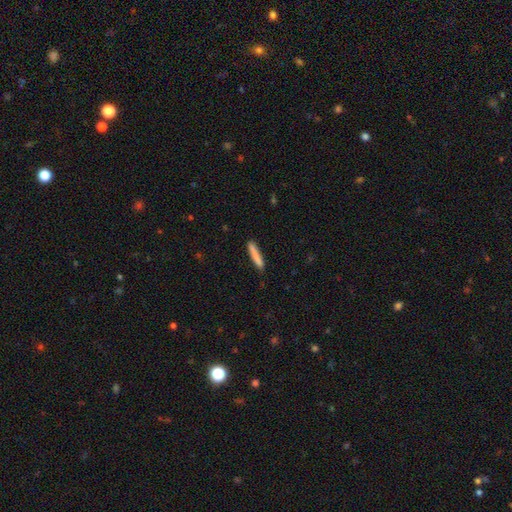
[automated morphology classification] This appears to be a smooth galaxy with no disk features (83%) that is cigar-shaped (93%). Merging: none (87%).